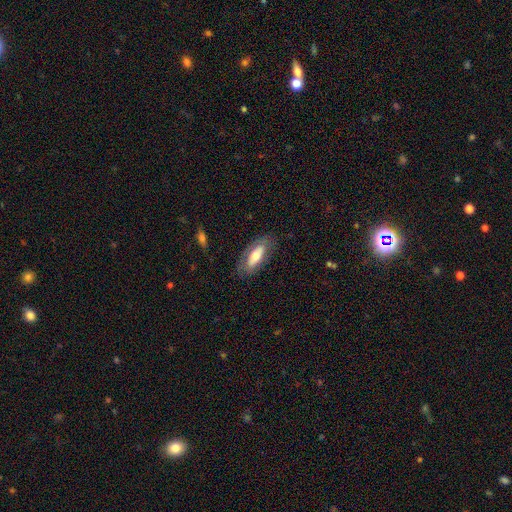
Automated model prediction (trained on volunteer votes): Smooth or featured? Predicted: smooth (p=0.58). How rounded? Predicted: in between (p=0.74). Merging? Predicted: none (p=0.78).